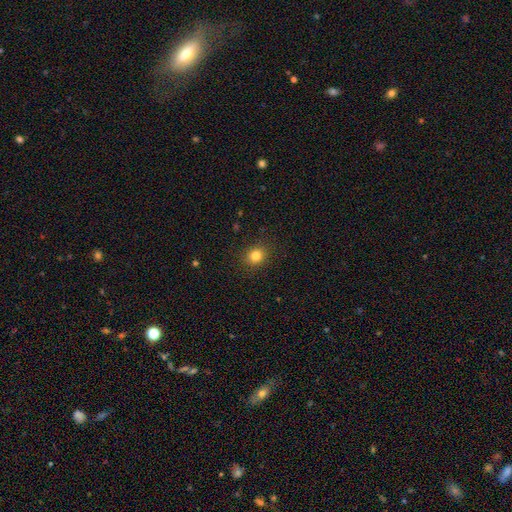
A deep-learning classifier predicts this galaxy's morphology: This appears to be a smooth galaxy with no disk features (82%) that is round (69%). Merging: none (89%).